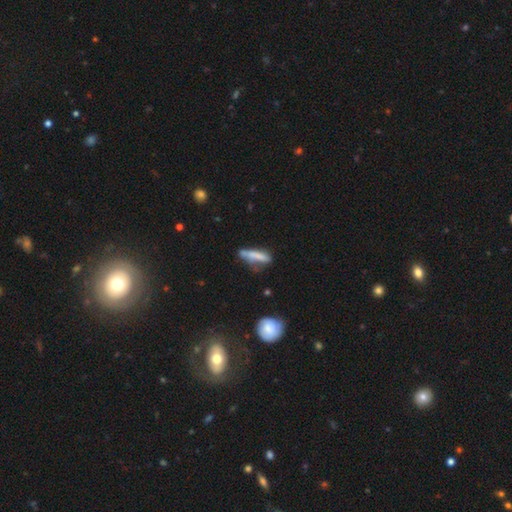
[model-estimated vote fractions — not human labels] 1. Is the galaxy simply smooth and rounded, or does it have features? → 69% smooth, 23% featured or disk, 8% star or artifact.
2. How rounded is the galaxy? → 77% cigar-shaped, 21% in between, 2% round.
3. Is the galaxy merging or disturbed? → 46% none, 29% minor disturbance, 13% major disturbance, 12% merger.